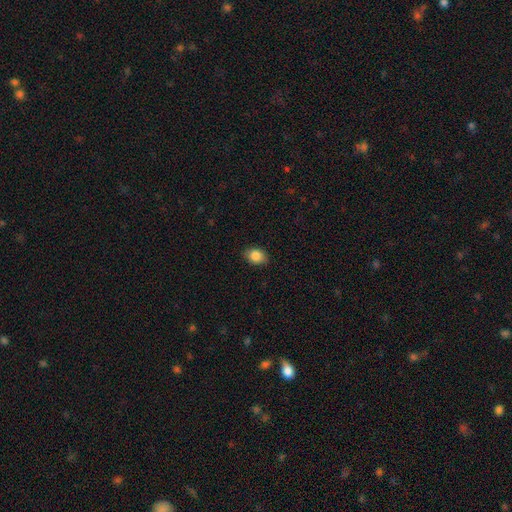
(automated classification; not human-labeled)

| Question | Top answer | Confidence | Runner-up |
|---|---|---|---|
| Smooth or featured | smooth | 86% | star or artifact (8%) |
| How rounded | in between | 69% | round (30%) |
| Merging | none | 86% | minor disturbance (11%) |